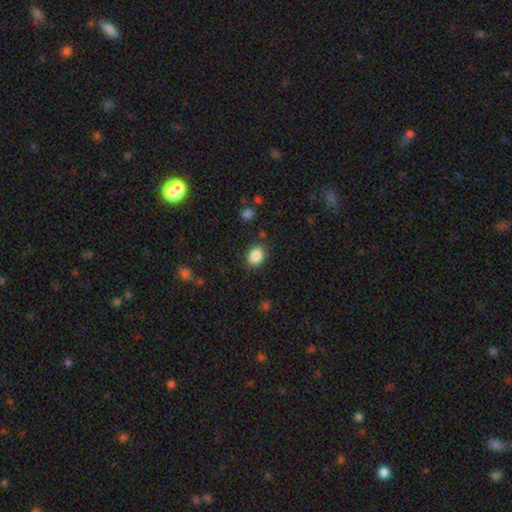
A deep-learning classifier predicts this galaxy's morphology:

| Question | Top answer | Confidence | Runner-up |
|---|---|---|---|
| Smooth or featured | smooth | 87% | star or artifact (9%) |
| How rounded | in between | 63% | round (36%) |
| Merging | none | 86% | minor disturbance (10%) |